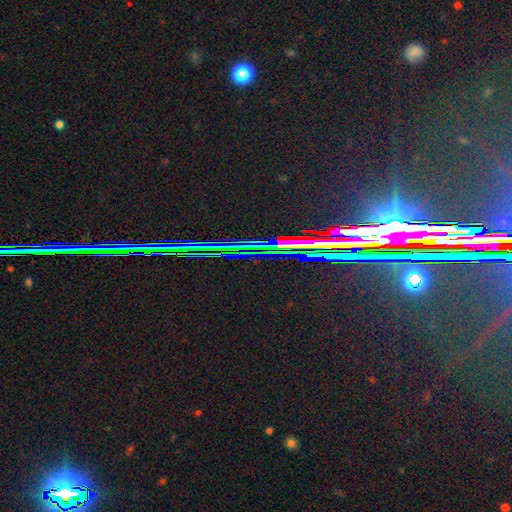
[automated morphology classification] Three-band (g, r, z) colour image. It shows a star or artifact, not a galaxy (87%).